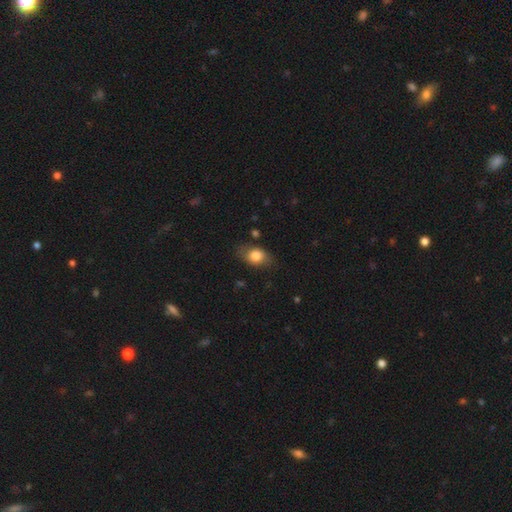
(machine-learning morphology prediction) The model was most divided on "merging": none: 73%, minor disturbance: 20%, major disturbance: 6%, merger: 1%. More confident: how rounded — in between (78%); smooth or featured — smooth (78%).